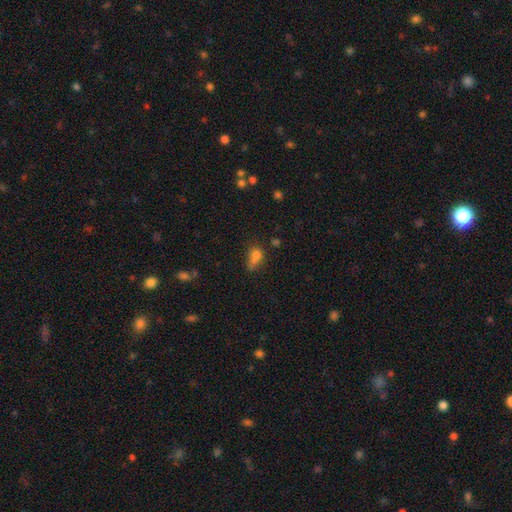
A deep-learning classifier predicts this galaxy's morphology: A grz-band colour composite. It shows a smooth galaxy with no disk features (72%) that is in between round and cigar-shaped (60%). Merging: none (31%).